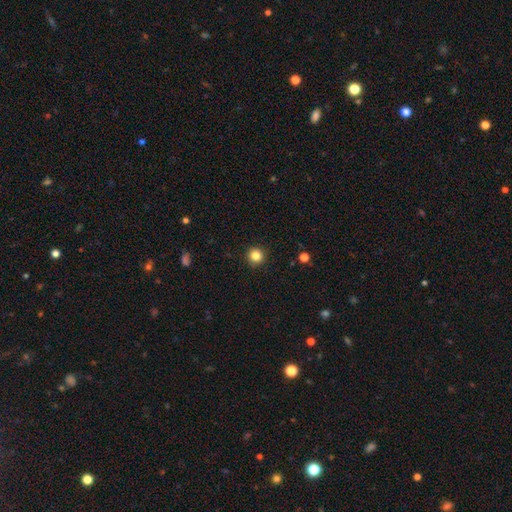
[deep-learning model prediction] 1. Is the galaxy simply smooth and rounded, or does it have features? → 84% smooth, 12% star or artifact, 4% featured or disk.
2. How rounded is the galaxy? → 95% round, 4% in between, 1% cigar-shaped.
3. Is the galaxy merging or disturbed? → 92% none, 5% minor disturbance, 2% major disturbance, 1% merger.